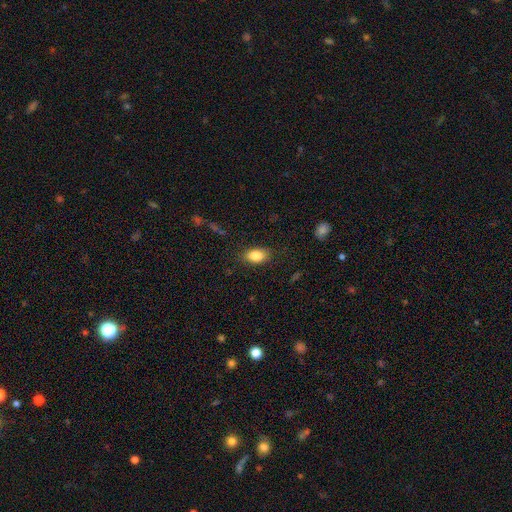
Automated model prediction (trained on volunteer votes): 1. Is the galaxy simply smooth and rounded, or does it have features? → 85% smooth, 8% star or artifact, 7% featured or disk.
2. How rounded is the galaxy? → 90% in between, 7% round, 3% cigar-shaped.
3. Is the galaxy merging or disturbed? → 83% none, 12% minor disturbance, 4% major disturbance, 1% merger.